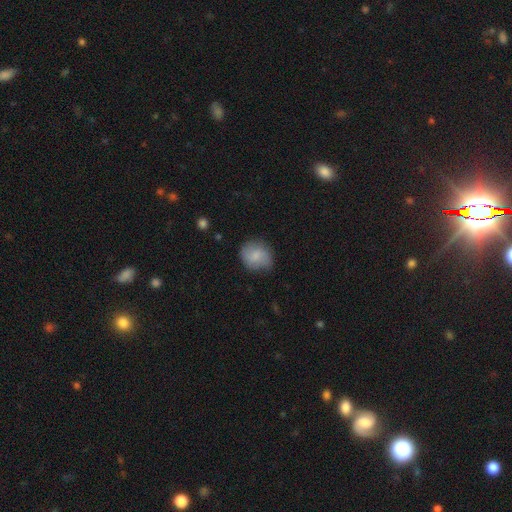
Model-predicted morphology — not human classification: A smooth galaxy with no disk features (72%) that is round (75%).

Vote fractions:
- Smooth or featured? smooth: 72% / featured or disk: 20% / star or artifact: 7%
- How rounded? round: 75% / in between: 23% / cigar-shaped: 1%
- Merging? none: 72% / minor disturbance: 21% / major disturbance: 6% / merger: 1%